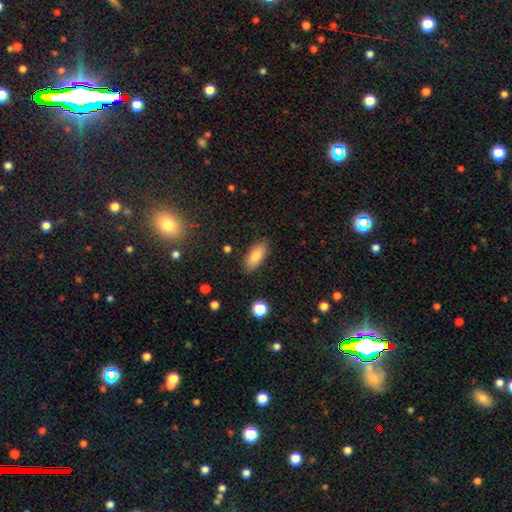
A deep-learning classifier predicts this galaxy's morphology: smooth-or-featured: smooth: 83% | featured or disk: 10% | star or artifact: 8%
  how-rounded: in between: 80% | cigar-shaped: 17% | round: 2%
  merging: none: 86% | minor disturbance: 10% | major disturbance: 2% | merger: 2%